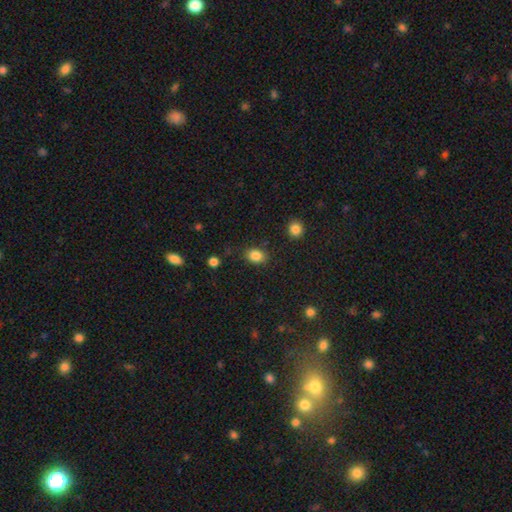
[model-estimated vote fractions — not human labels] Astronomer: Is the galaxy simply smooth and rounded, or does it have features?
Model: smooth — 85%.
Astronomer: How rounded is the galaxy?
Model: in between — 68%.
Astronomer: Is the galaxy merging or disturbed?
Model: none — 83%.